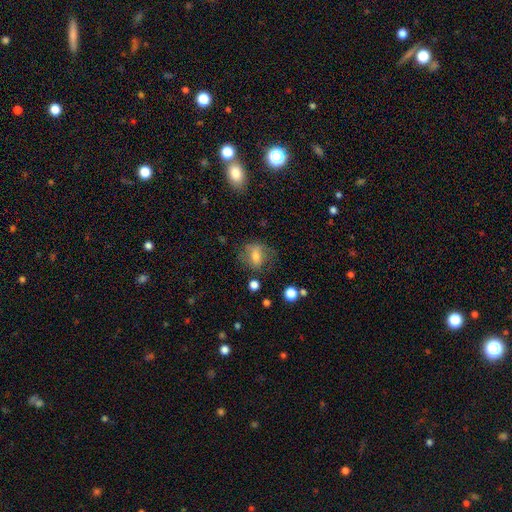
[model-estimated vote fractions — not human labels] smooth-or-featured: smooth: 61% | featured or disk: 28% | star or artifact: 10%
  how-rounded: in between: 52% | round: 45% | cigar-shaped: 3%
  merging: none: 60% | minor disturbance: 22% | major disturbance: 15% | merger: 3%